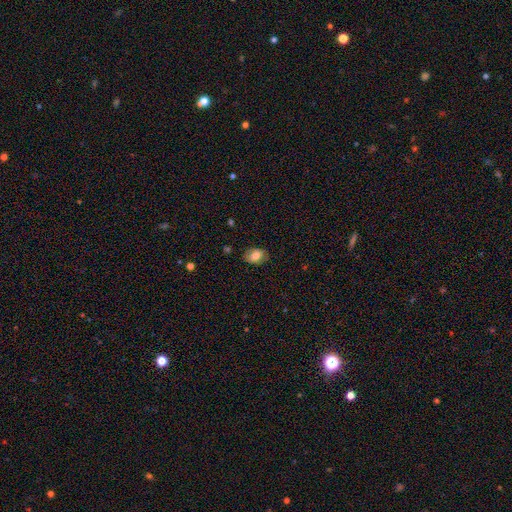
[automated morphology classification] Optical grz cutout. It shows a smooth galaxy with no disk features (77%) that is in between round and cigar-shaped (82%). Merging: none (80%).